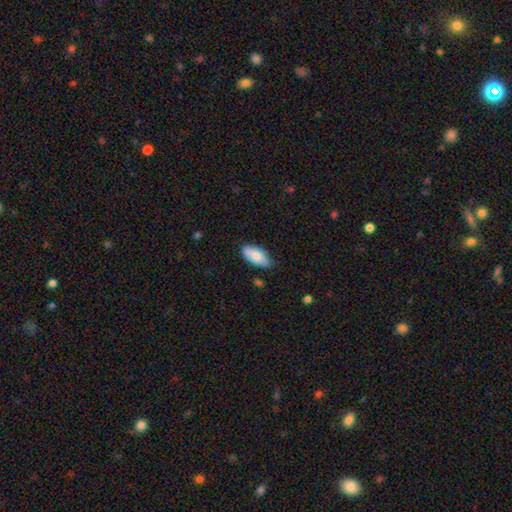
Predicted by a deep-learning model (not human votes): Overall: smooth (80%). How rounded: in between (89%). Merging: none (74%).